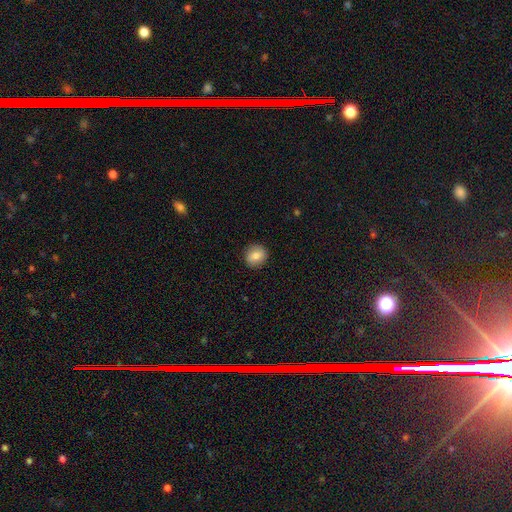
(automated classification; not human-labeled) The model was most divided on "how rounded": round: 79%, in between: 20%, cigar-shaped: 1%. More confident: merging — none (89%); smooth or featured — smooth (80%).